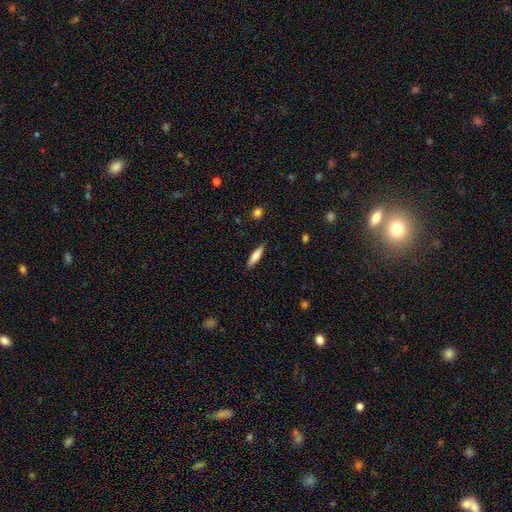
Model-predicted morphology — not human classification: A smooth galaxy with no disk features (73%) that is cigar-shaped (74%). Merging: none (89%).